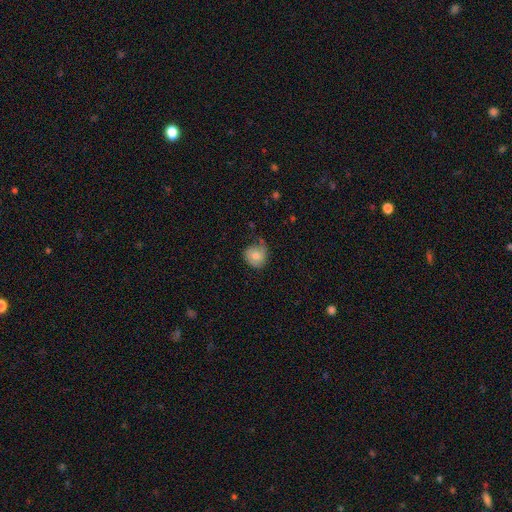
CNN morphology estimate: smooth-or-featured: smooth: 65% | featured or disk: 27% | star or artifact: 8%
  how-rounded: round: 82% | in between: 17% | cigar-shaped: 1%
  merging: none: 55% | minor disturbance: 32% | major disturbance: 11% | merger: 2%